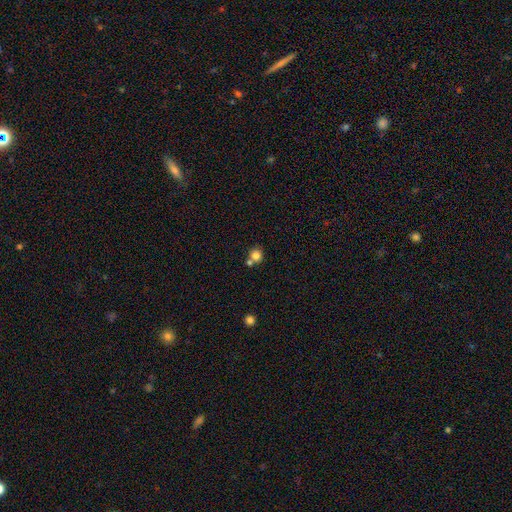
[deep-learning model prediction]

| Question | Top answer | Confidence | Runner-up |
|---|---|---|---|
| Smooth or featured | smooth | 81% | star or artifact (11%) |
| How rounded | round | 89% | in between (10%) |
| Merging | none | 59% | merger (30%) |